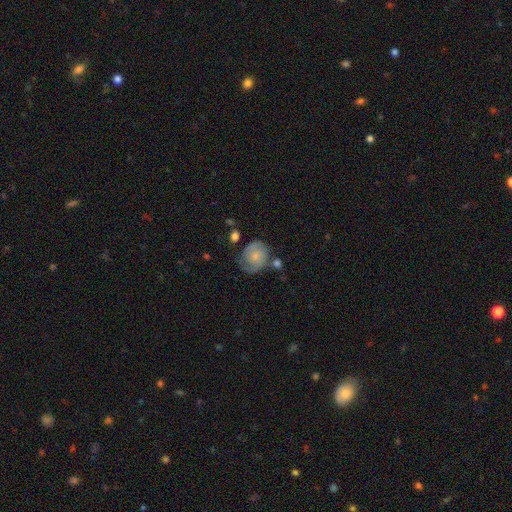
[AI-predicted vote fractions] Smooth or featured? featured or disk (48%)
Merging? none (56%)